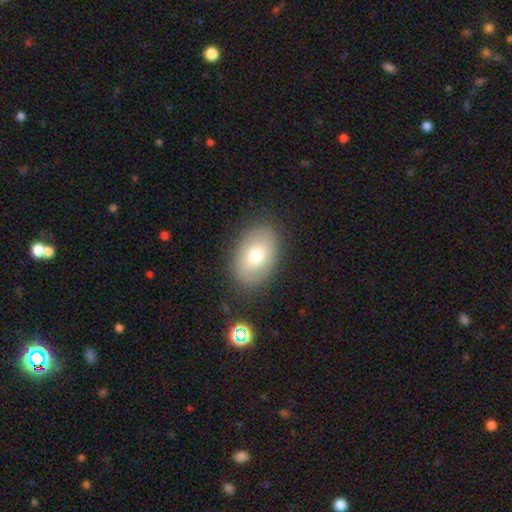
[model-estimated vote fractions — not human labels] A smooth galaxy with no disk features (71%) that is in between round and cigar-shaped (85%). Merging: none (83%).